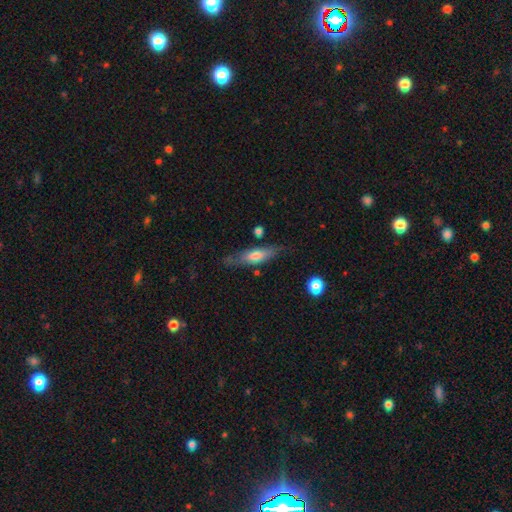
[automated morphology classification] This is possibly a smooth galaxy (52%). How rounded: likely cigar-shaped (60%). Merging: likely none (71%).